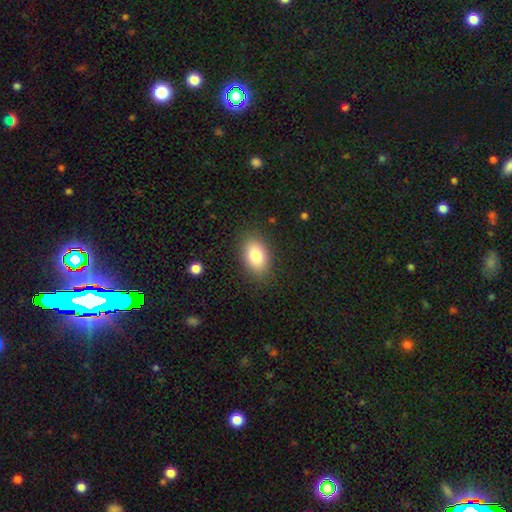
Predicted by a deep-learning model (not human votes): This appears to be a smooth galaxy with no disk features (83%) that is in between round and cigar-shaped (89%). Merging: none (86%).